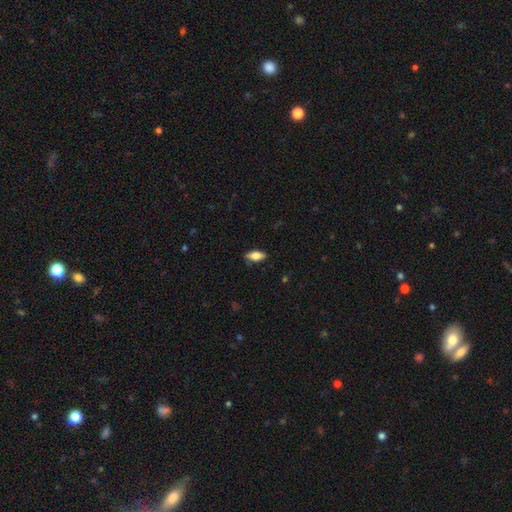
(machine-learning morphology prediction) smooth 70%, featured or disk 23%, star or artifact 7%. Down the decision tree: how rounded — in between (83%); merging — none (83%).